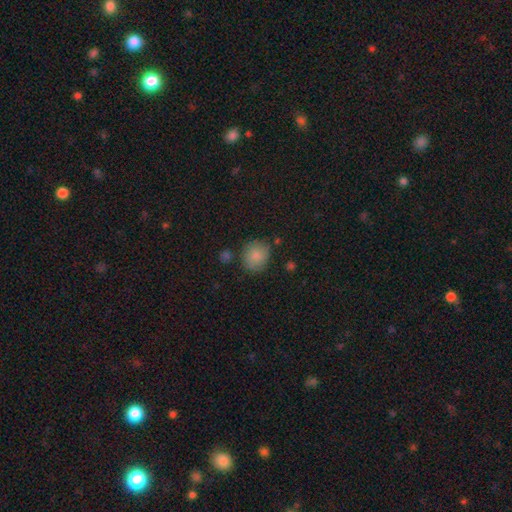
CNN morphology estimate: smooth 84%, star or artifact 8%, featured or disk 8%. Down the decision tree: how rounded — round (77%); merging — none (77%).